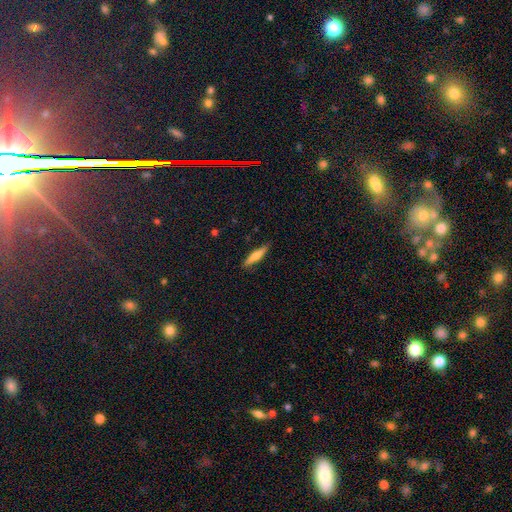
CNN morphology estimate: Overall: smooth (55%; featured or disk 39%). How rounded: cigar-shaped (86%). Merging: none (86%).